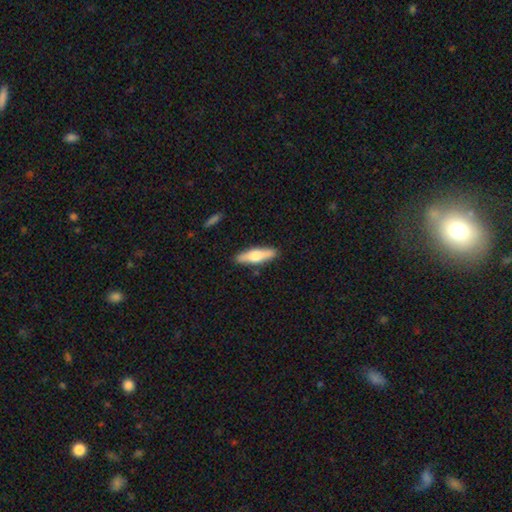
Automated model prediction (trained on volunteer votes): A smooth galaxy with no disk features (52%) that is cigar-shaped (66%).

Vote fractions:
- Smooth or featured? smooth: 52% / featured or disk: 43% / star or artifact: 5%
- How rounded? cigar-shaped: 66% / in between: 31% / round: 2%
- Merging? none: 89% / minor disturbance: 8% / major disturbance: 2% / merger: 1%